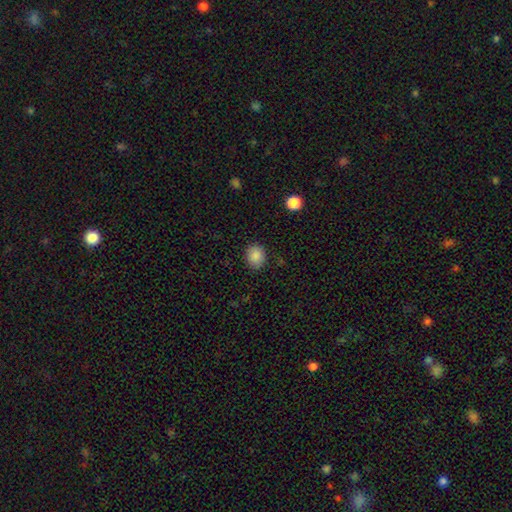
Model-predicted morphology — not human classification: Q: Smooth or featured?
A: smooth (87%); runner-up: star or artifact (9%)
Q: How rounded?
A: round (66%); runner-up: in between (33%)
Q: Merging?
A: none (88%); runner-up: minor disturbance (9%)